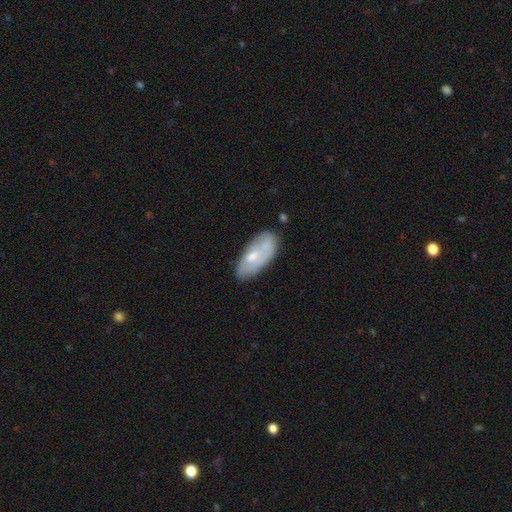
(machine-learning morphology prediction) type=smooth (51%); roundness=in between (88%); merging=none (59%).